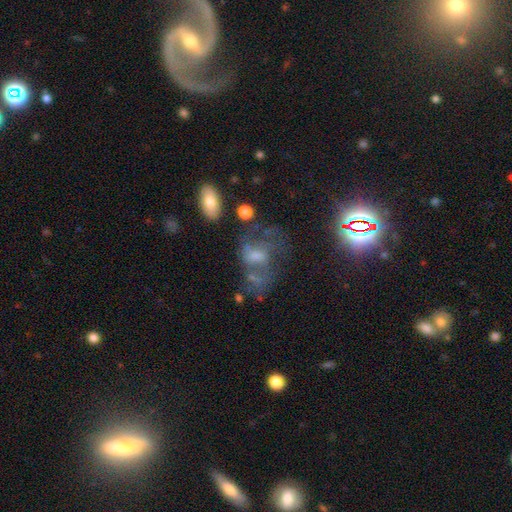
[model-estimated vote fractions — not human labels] featured or disk 47%, smooth 28%, star or artifact 25%. Down the decision tree: merging — none (37%).